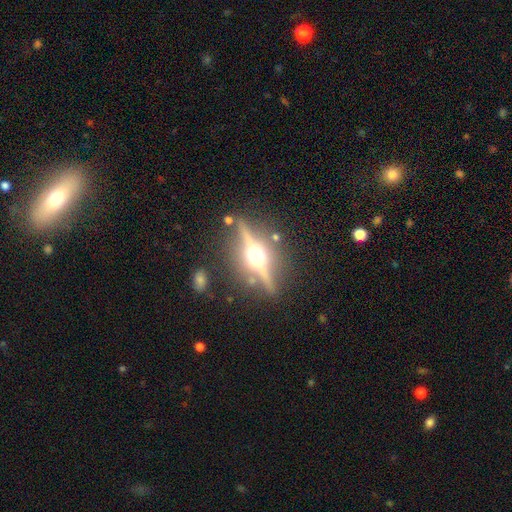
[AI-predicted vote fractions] Smooth or featured?
  - featured or disk: 82% *
  - smooth: 9%
  - star or artifact: 9%
Edge-on disk?
  - yes: 94% *
  - no: 6%
Edge-on bulge?
  - rounded: 96% *
  - boxy: 3%
  - none: 1%
Merging?
  - none: 84% *
  - minor disturbance: 10%
  - major disturbance: 4%
  - merger: 3%